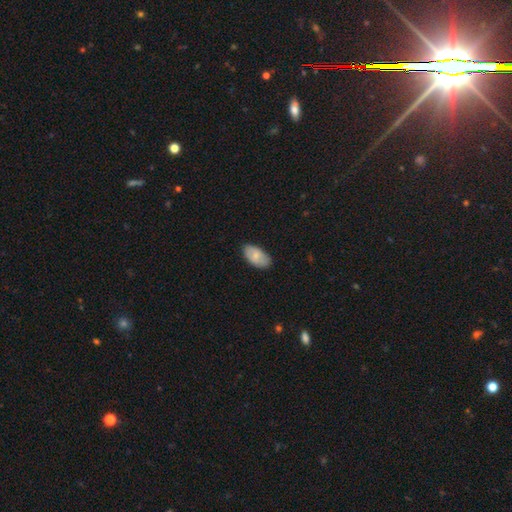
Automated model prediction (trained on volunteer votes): Q: Smooth or featured?
A: smooth (77%); runner-up: featured or disk (17%)
Q: How rounded?
A: in between (95%); runner-up: round (3%)
Q: Merging?
A: none (80%); runner-up: minor disturbance (16%)